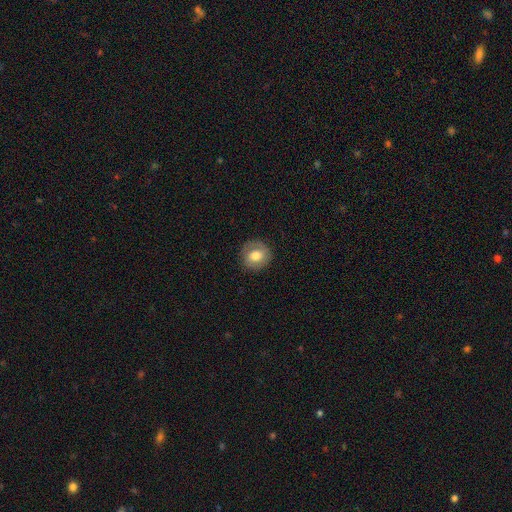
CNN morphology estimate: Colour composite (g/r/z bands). It shows a smooth galaxy with no disk features (66%) that is round (85%). Merging: none (83%).